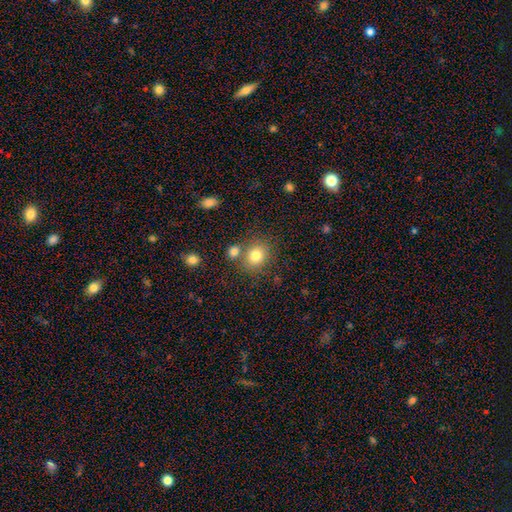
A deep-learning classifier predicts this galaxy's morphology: Smooth or featured? Predicted: smooth (p=0.80). How rounded? Predicted: round (p=0.71). Merging? Predicted: none (p=0.68).